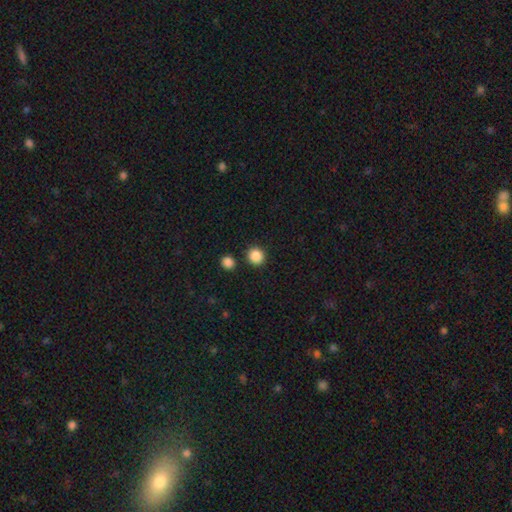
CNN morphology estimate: A smooth galaxy with no disk features (87%) that is round (92%). Merging: none (88%).